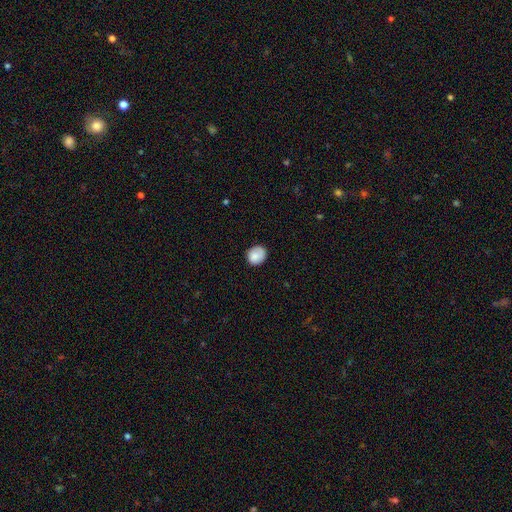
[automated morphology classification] smooth 83%, featured or disk 9%, star or artifact 8%. Down the decision tree: how rounded — round (78%); merging — none (77%).